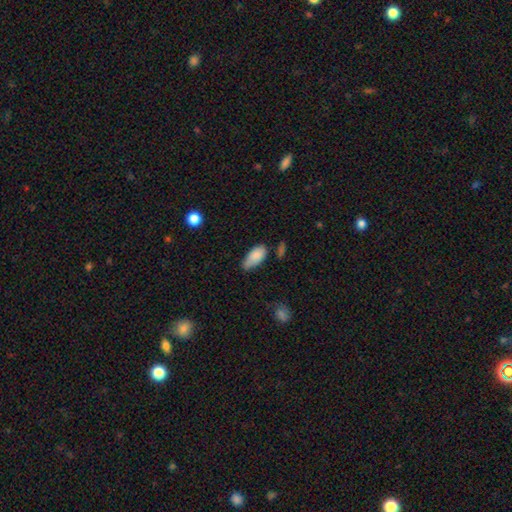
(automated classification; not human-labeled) Morphology: type=smooth (85%); roundness=in between (90%); merging=none (51%).